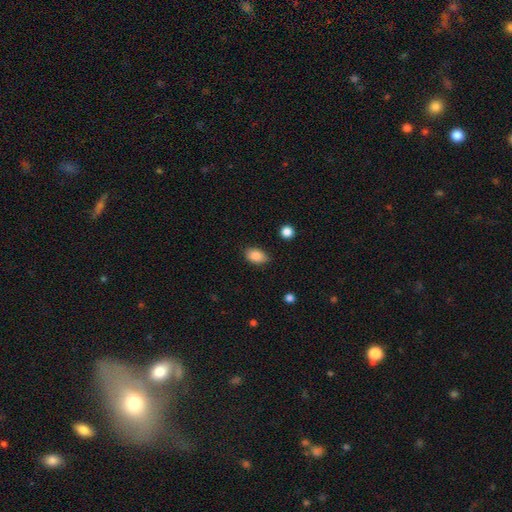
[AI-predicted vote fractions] Smooth or featured: smooth — 87% (star or artifact — 8%)
How rounded: in between — 86% (round — 12%)
Merging: none — 81% (minor disturbance — 14%)